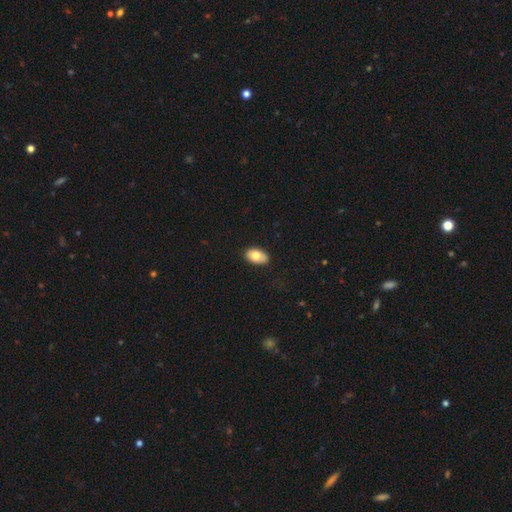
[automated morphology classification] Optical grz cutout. It shows a smooth galaxy with no disk features (76%) that is in between round and cigar-shaped (92%). Merging: none (85%).